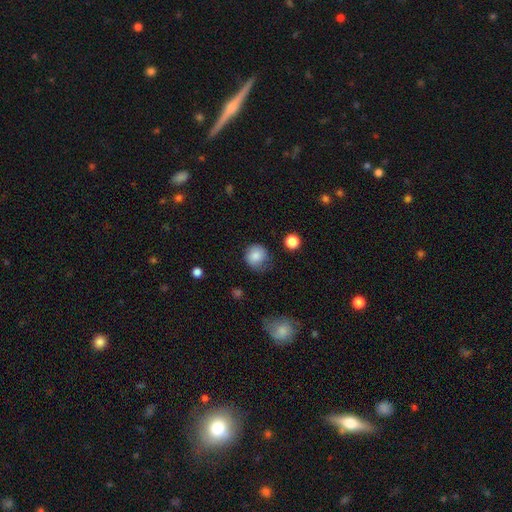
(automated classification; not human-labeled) smooth_or_featured: smooth (p=0.84) [alt: star or artifact p=0.09]
how_rounded: round (p=0.84) [alt: in between p=0.15]
merging: none (p=0.61) [alt: minor disturbance p=0.27]